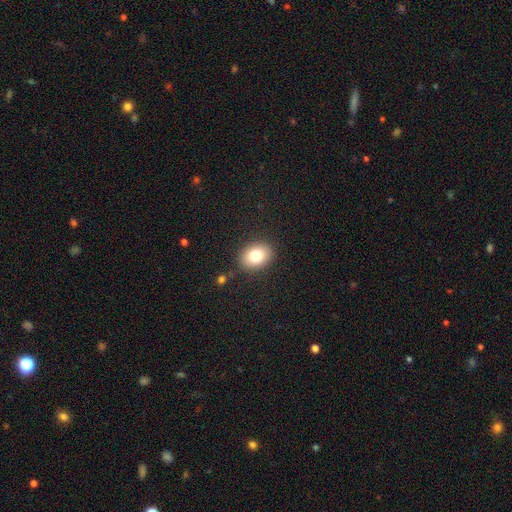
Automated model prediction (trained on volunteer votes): smooth_or_featured: smooth (p=0.80) [alt: featured or disk p=0.11]
how_rounded: in between (p=0.63) [alt: round p=0.36]
merging: none (p=0.88) [alt: minor disturbance p=0.08]